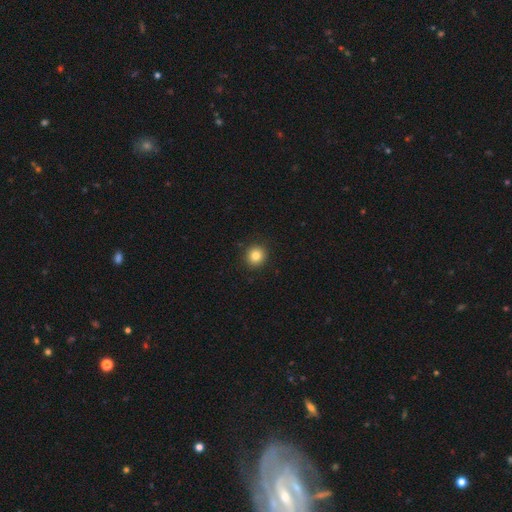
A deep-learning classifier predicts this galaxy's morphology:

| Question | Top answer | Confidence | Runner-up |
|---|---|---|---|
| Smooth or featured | smooth | 83% | star or artifact (11%) |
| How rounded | round | 91% | in between (9%) |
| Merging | none | 92% | minor disturbance (5%) |